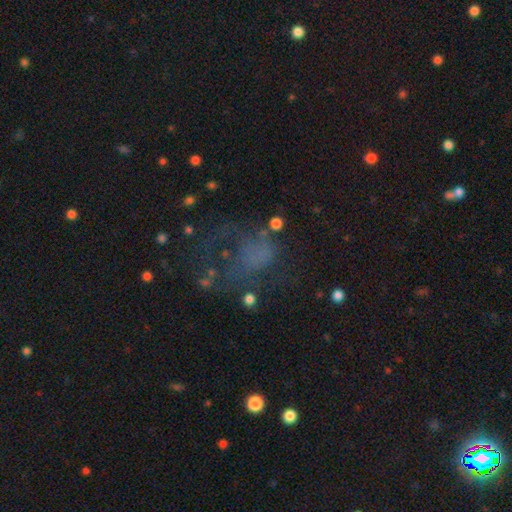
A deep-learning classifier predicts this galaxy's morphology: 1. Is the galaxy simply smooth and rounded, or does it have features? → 39% featured or disk, 36% smooth, 26% star or artifact.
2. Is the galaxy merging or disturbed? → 46% major disturbance, 32% none, 16% minor disturbance, 6% merger.